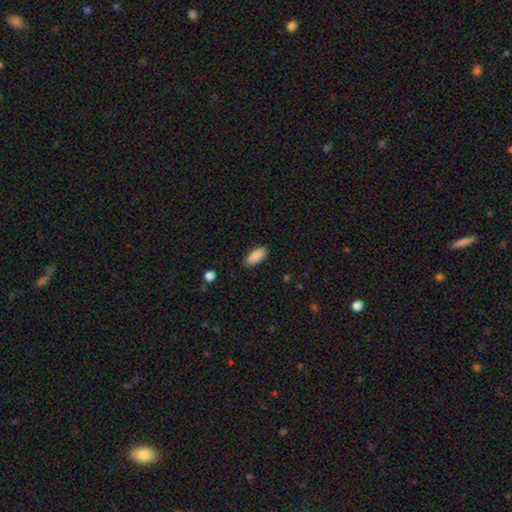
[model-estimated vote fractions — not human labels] smooth 89%, star or artifact 7%, featured or disk 4%. Down the decision tree: how rounded — in between (89%); merging — none (87%).